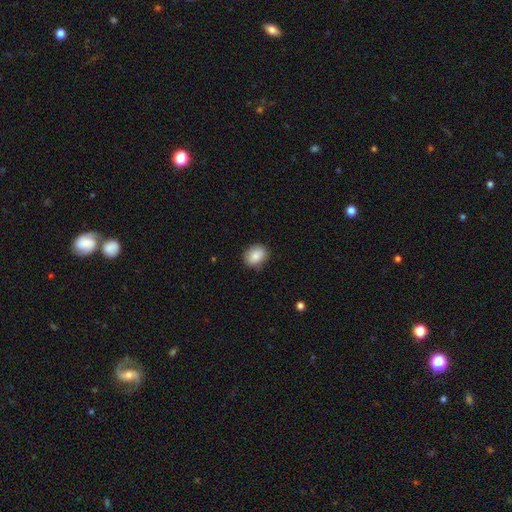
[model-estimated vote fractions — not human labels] Morphology: type=smooth (86%); roundness=in between (57%); merging=none (84%).